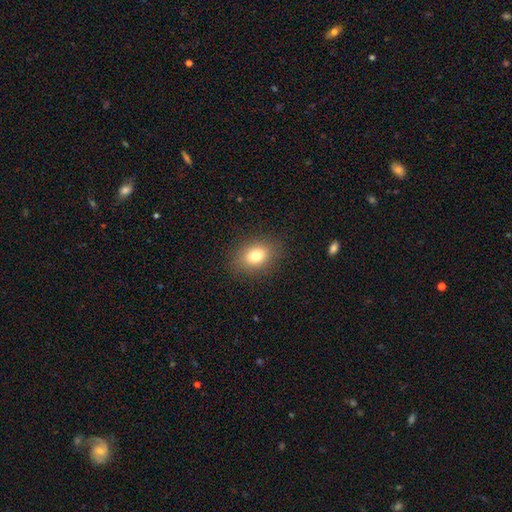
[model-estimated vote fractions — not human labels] smooth_or_featured: smooth (p=0.78) [alt: star or artifact p=0.12]
how_rounded: in between (p=0.68) [alt: round p=0.30]
merging: none (p=0.87) [alt: minor disturbance p=0.09]